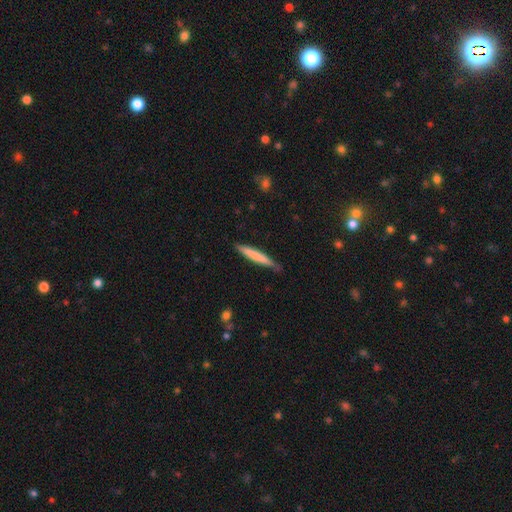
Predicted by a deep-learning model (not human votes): This appears to be a smooth galaxy with no disk features (70%) that is cigar-shaped (95%). Merging: none (80%).